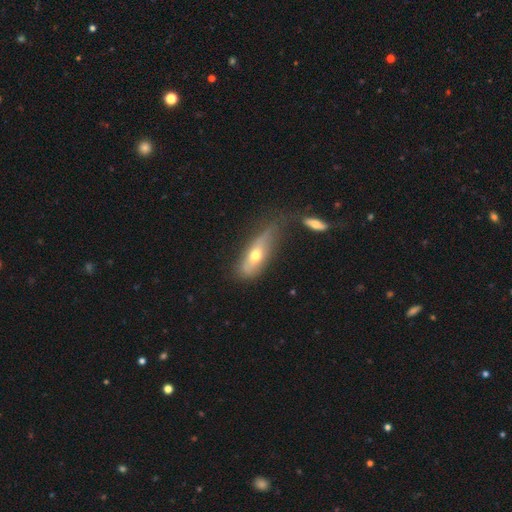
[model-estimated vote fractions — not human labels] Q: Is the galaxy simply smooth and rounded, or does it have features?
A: smooth — 56%.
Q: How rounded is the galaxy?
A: in between — 61%.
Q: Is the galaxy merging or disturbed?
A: none — 37%.